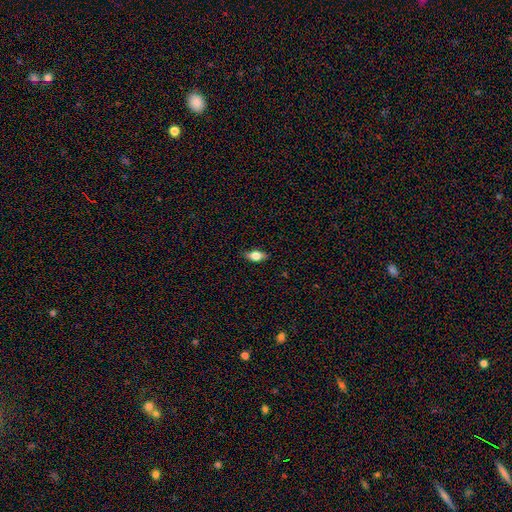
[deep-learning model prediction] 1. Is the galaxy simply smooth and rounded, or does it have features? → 68% smooth, 24% featured or disk, 8% star or artifact.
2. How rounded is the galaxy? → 82% in between, 12% cigar-shaped, 7% round.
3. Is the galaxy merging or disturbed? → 84% none, 12% minor disturbance, 2% major disturbance, 1% merger.